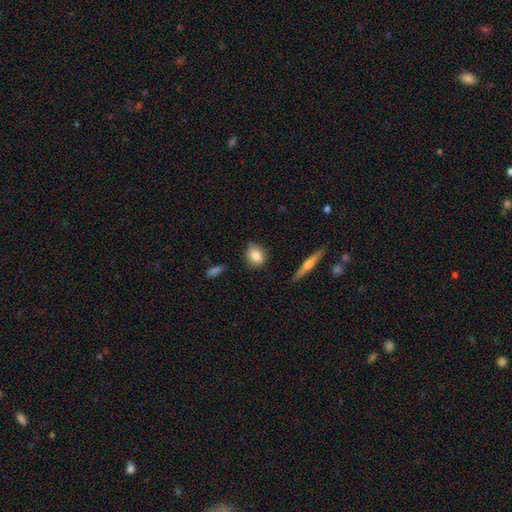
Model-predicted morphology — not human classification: Smooth or featured: smooth — 80% (featured or disk — 12%)
How rounded: round — 55% (in between — 41%)
Merging: none — 83% (minor disturbance — 12%)